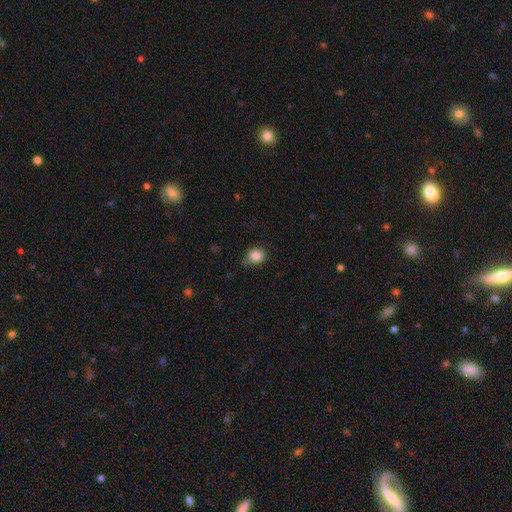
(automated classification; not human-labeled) smooth_or_featured: smooth (p=0.85) [alt: star or artifact p=0.10]
how_rounded: round (p=0.73) [alt: in between p=0.26]
merging: none (p=0.66) [alt: minor disturbance p=0.25]